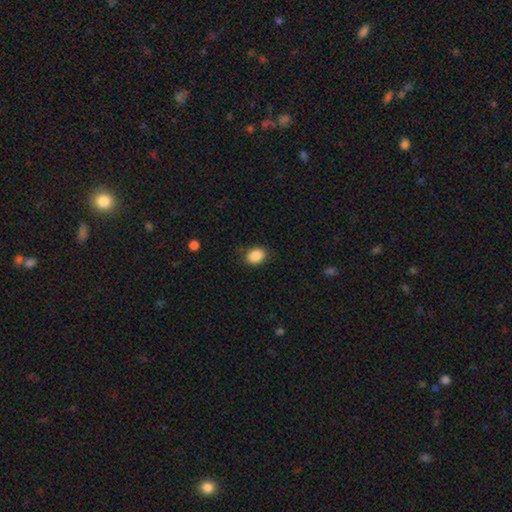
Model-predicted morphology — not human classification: smooth-or-featured: smooth: 89% | star or artifact: 8% | featured or disk: 4%
  how-rounded: in between: 68% | round: 31% | cigar-shaped: 1%
  merging: none: 81% | minor disturbance: 14% | major disturbance: 4% | merger: 1%